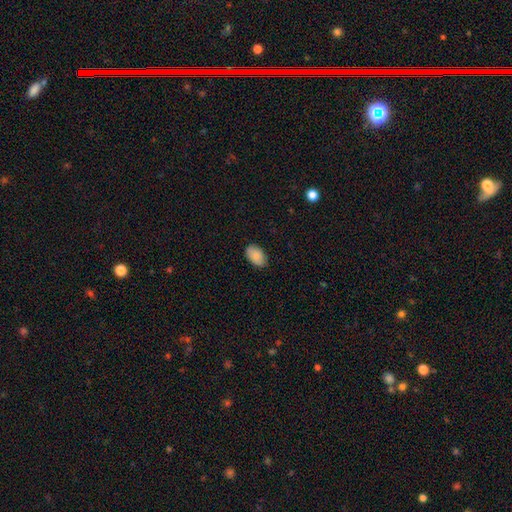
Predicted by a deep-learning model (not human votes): Smooth or featured: smooth — 87% (featured or disk — 7%)
How rounded: in between — 93% (round — 6%)
Merging: none — 85% (minor disturbance — 12%)